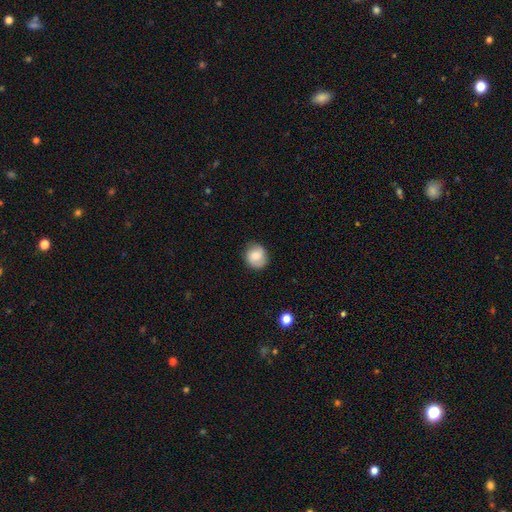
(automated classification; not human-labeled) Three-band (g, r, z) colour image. It shows a smooth galaxy with no disk features (73%) that is round (81%). Merging: none (80%).